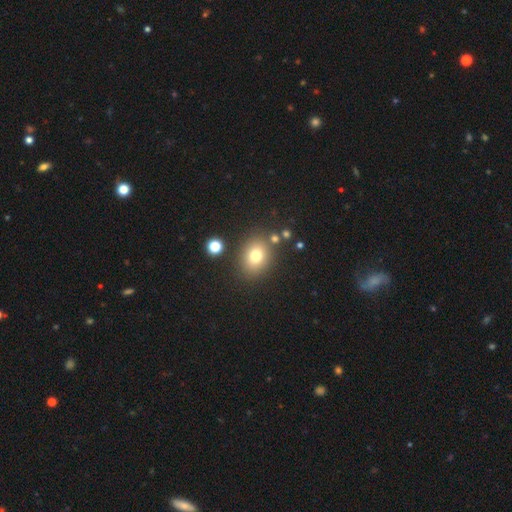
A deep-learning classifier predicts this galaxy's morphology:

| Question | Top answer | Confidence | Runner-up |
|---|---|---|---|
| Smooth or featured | smooth | 76% | star or artifact (13%) |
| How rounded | round | 53% | in between (46%) |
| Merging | none | 81% | minor disturbance (10%) |